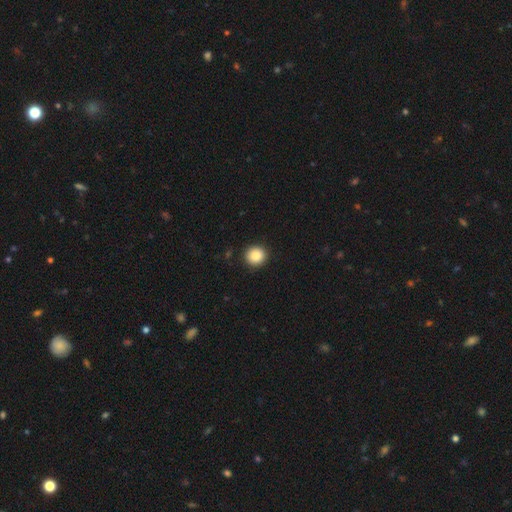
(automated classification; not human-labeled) This is clearly a smooth galaxy (87%). How rounded: clearly round (93%). Merging: clearly none (92%).